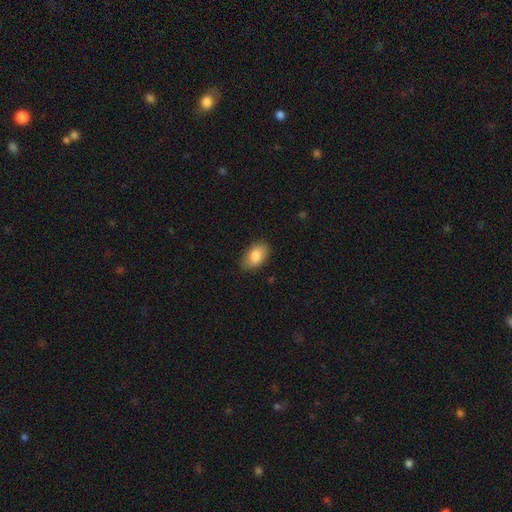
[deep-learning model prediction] Smooth or featured: smooth — 85% (featured or disk — 9%)
How rounded: in between — 93% (round — 5%)
Merging: none — 84% (minor disturbance — 13%)